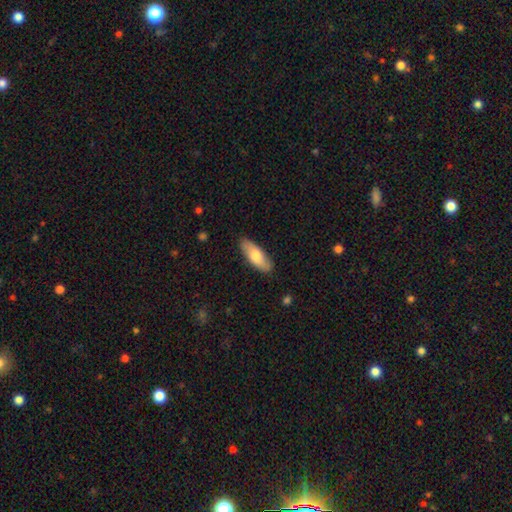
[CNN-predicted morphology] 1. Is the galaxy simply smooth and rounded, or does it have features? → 72% smooth, 23% featured or disk, 5% star or artifact.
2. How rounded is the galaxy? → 73% in between, 24% cigar-shaped, 2% round.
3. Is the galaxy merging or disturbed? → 86% none, 11% minor disturbance, 2% major disturbance, 1% merger.